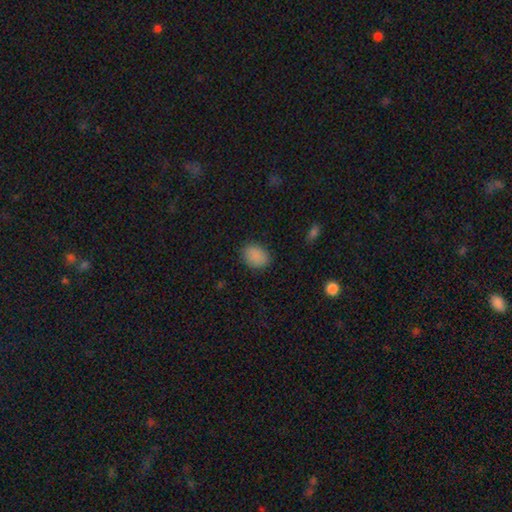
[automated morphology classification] A smooth galaxy with no disk features (88%) that is in between round and cigar-shaped (70%). Merging: none (86%).